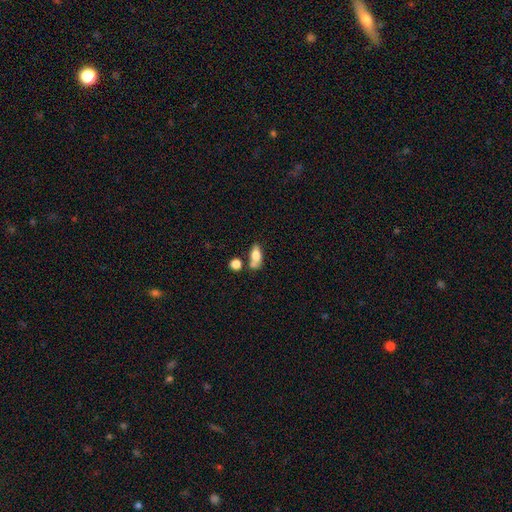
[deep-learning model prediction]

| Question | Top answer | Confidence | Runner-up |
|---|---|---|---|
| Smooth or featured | smooth | 77% | featured or disk (15%) |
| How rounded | in between | 82% | cigar-shaped (10%) |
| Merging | none | 44% | merger (31%) |